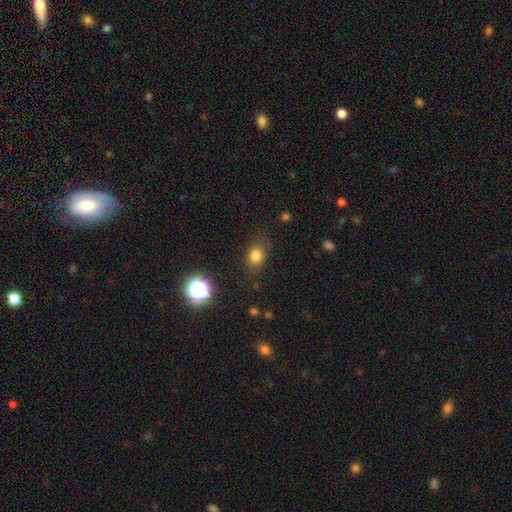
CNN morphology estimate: type=smooth (79%); roundness=in between (51%); merging=none (74%).